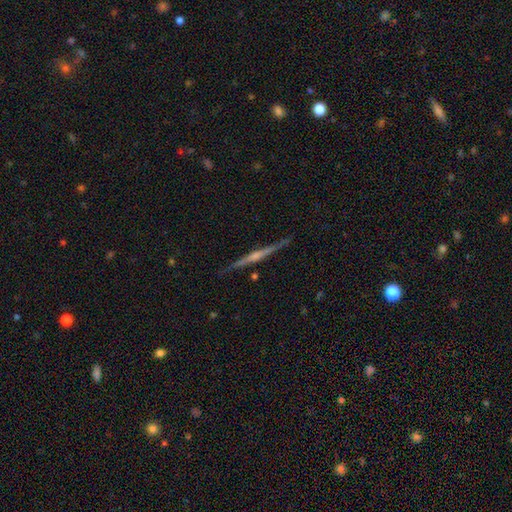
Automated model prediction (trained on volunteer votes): smooth-or-featured: featured or disk: 75% | smooth: 14% | star or artifact: 10%
  disk-edge-on: yes: 97% | no: 3%
    edge-on-bulge: rounded: 74% | none: 16% | boxy: 10%
  merging: none: 89% | minor disturbance: 8% | major disturbance: 2% | merger: 2%